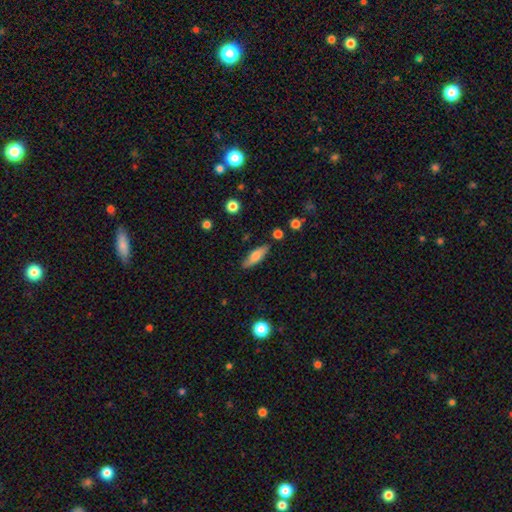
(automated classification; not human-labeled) Smooth or featured? Predicted: smooth (p=0.70). How rounded? Predicted: in between (p=0.50). Merging? Predicted: none (p=0.84).